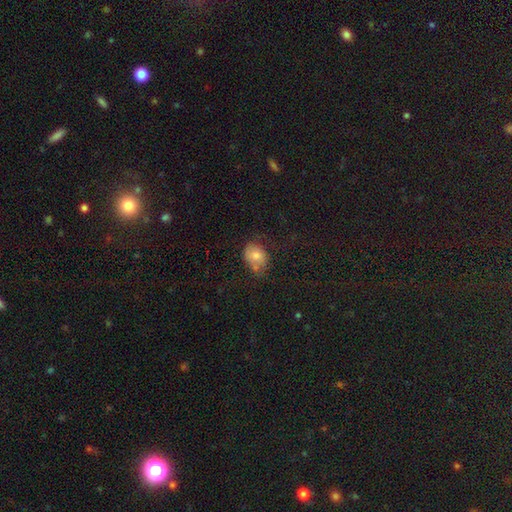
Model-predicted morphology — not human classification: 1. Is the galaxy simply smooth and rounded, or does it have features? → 74% smooth, 16% featured or disk, 10% star or artifact.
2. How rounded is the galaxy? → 57% in between, 42% round, 1% cigar-shaped.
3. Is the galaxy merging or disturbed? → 49% none, 29% minor disturbance, 13% major disturbance, 9% merger.